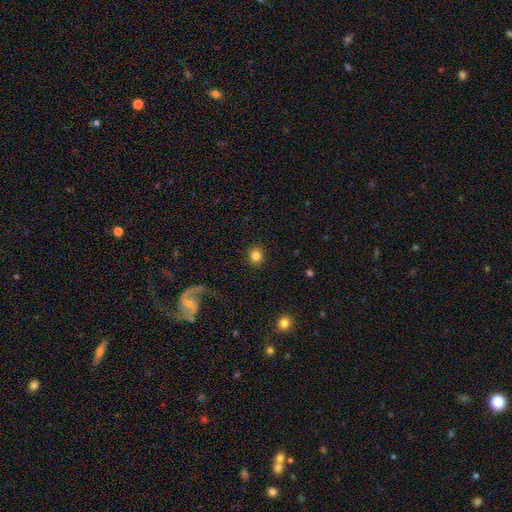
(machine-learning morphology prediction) A smooth galaxy with no disk features (83%) that is round (86%). Merging: none (90%).